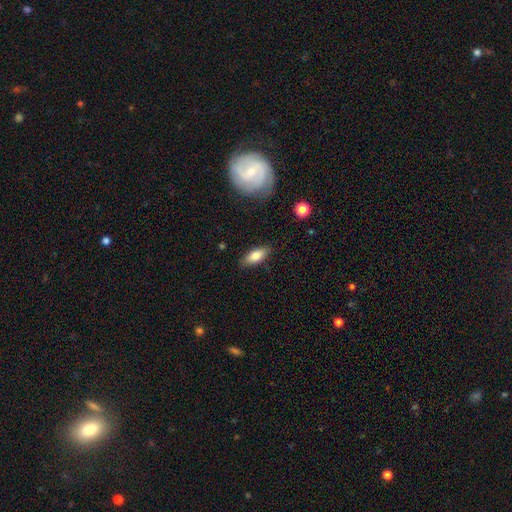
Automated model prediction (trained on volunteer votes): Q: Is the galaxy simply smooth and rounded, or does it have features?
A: smooth — 80%.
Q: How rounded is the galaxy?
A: in between — 79%.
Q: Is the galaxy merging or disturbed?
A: none — 84%.